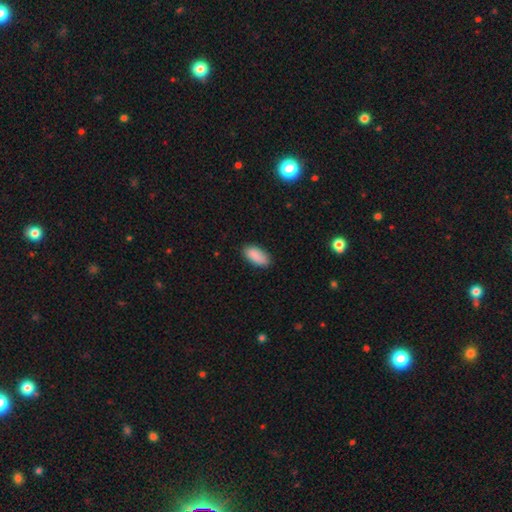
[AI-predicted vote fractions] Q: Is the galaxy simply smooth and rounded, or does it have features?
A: smooth — 90%.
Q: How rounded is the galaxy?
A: in between — 90%.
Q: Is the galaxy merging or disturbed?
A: none — 84%.